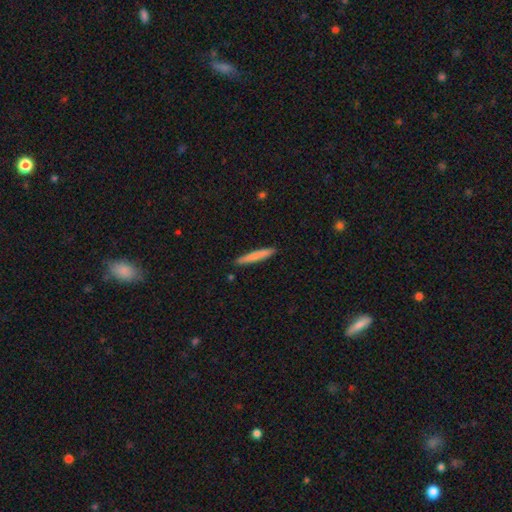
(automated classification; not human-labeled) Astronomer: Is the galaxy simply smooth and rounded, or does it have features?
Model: smooth — 78%.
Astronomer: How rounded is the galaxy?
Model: cigar-shaped — 95%.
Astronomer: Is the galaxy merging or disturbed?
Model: none — 91%.